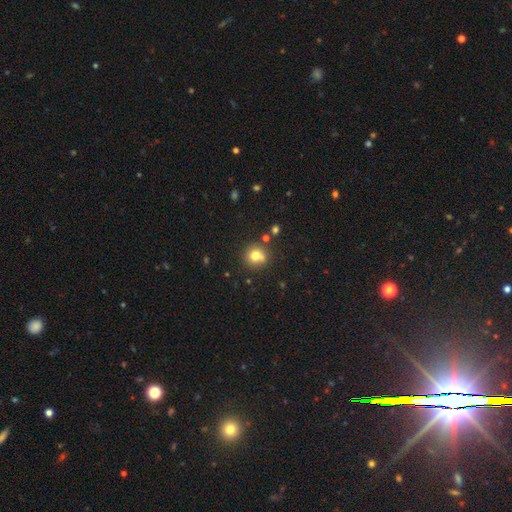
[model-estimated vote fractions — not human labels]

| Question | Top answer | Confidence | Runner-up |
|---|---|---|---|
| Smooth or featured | smooth | 76% | star or artifact (13%) |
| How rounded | round | 87% | in between (12%) |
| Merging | none | 68% | minor disturbance (15%) |